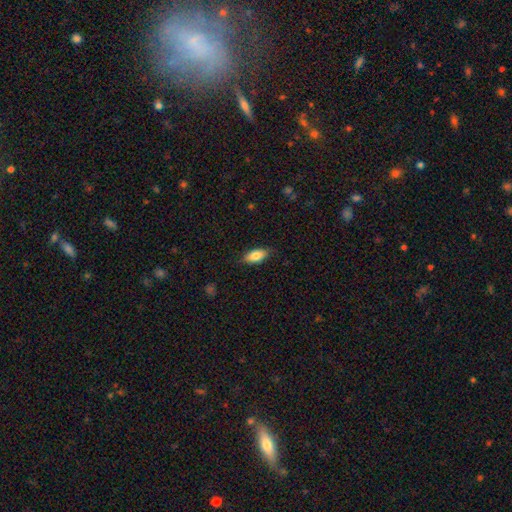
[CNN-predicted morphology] Overall: smooth (82%). How rounded: in between (87%). Merging: none (84%).